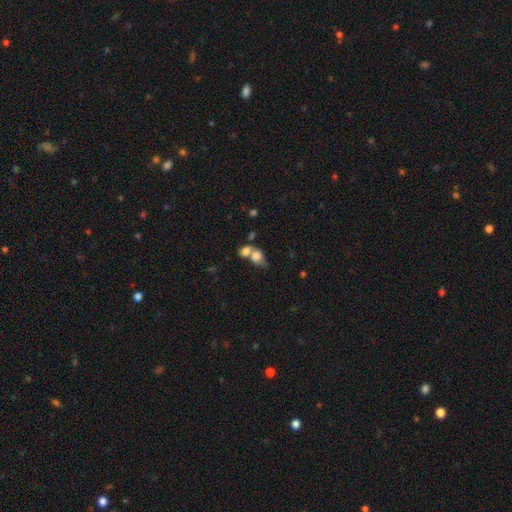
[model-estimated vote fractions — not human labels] Smooth or featured? smooth (73%)
How rounded? in between (64%)
Merging? merger (67%)